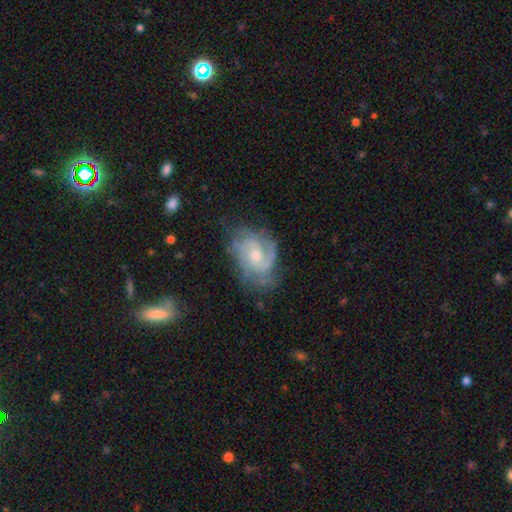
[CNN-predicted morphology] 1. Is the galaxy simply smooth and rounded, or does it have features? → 80% featured or disk, 14% smooth, 6% star or artifact.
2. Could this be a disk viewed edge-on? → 97% no, 3% yes.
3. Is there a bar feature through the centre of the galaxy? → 64% no, 32% weak, 4% strong.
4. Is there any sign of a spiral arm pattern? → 92% yes, 8% no.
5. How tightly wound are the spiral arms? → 44% tight, 42% medium, 14% loose.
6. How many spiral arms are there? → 35% 2, 28% can't tell, 21% 3, 6% 4, 5% 1, 4% more than 4.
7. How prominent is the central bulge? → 50% moderate, 44% small, 3% large, 2% none, 1% dominant.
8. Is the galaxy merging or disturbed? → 61% none, 25% minor disturbance, 13% major disturbance, 2% merger.